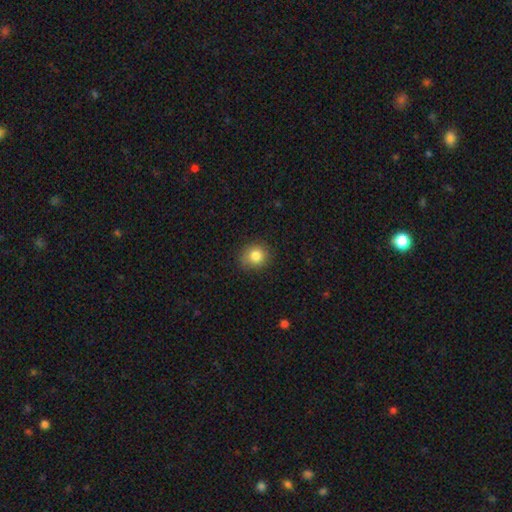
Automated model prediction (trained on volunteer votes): smooth-or-featured: smooth: 82% | star or artifact: 11% | featured or disk: 7%
  how-rounded: round: 83% | in between: 16% | cigar-shaped: 1%
  merging: none: 81% | minor disturbance: 15% | major disturbance: 3% | merger: 1%